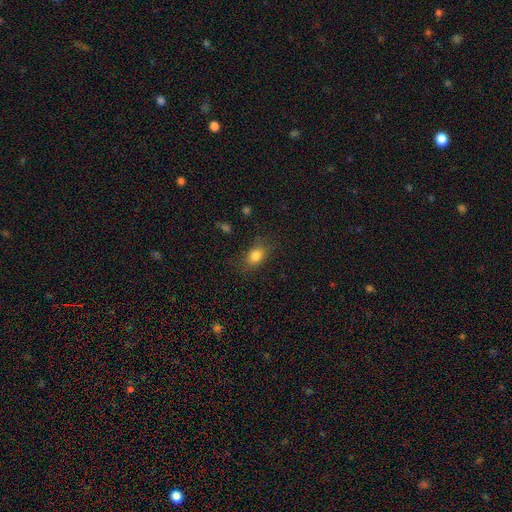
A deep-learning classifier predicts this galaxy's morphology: type=smooth (82%); roundness=in between (75%); merging=none (77%).